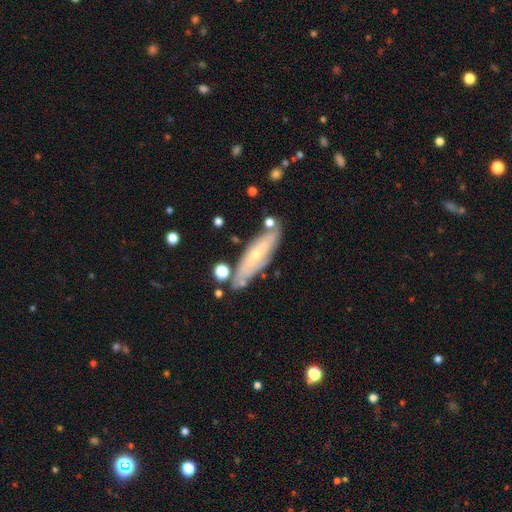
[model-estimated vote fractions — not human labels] A featured or disk galaxy (59%).

Vote fractions:
- Smooth or featured? featured or disk: 59% / smooth: 33% / star or artifact: 8%
- Edge-on disk? no: 63% / yes: 37%
- Merging? none: 73% / minor disturbance: 17% / merger: 6% / major disturbance: 4%